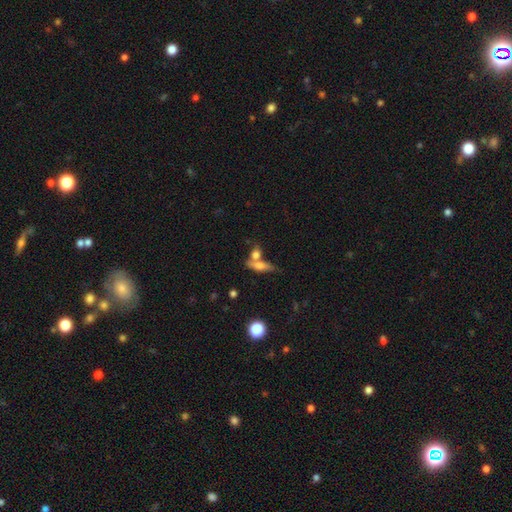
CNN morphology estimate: A smooth galaxy with no disk features (62%) that is in between round and cigar-shaped (44%). Merging: none (45%).